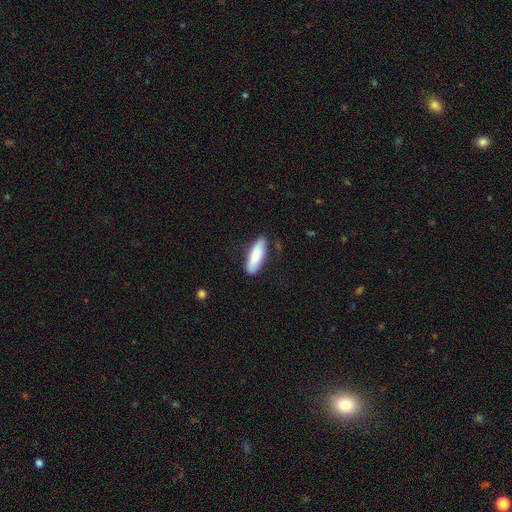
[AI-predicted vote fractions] Overall: smooth (83%). How rounded: in between (50%; cigar-shaped 48%). Merging: none (79%).